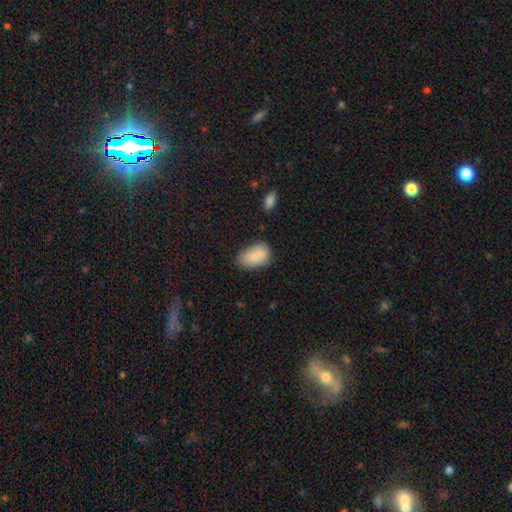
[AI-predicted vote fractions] Smooth or featured: smooth — 82% (featured or disk — 10%)
How rounded: in between — 91% (round — 8%)
Merging: none — 60% (minor disturbance — 23%)